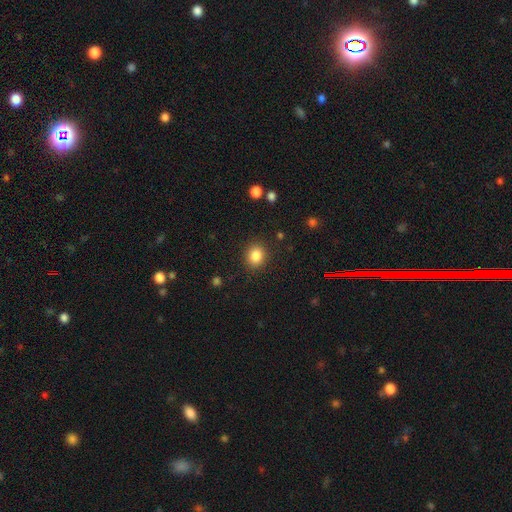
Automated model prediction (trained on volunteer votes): smooth-or-featured: smooth: 85% | star or artifact: 11% | featured or disk: 4%
  how-rounded: round: 75% | in between: 24% | cigar-shaped: 1%
  merging: none: 89% | minor disturbance: 7% | major disturbance: 2% | merger: 1%